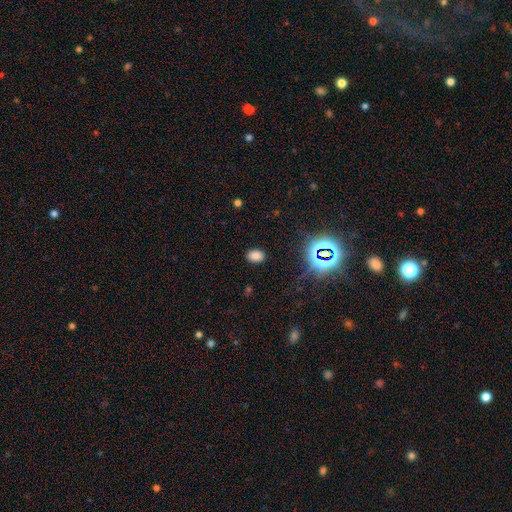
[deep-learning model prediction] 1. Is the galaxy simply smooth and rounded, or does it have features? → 75% smooth, 20% star or artifact, 5% featured or disk.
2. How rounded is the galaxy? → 78% in between, 21% round, 1% cigar-shaped.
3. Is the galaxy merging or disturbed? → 86% none, 9% minor disturbance, 3% major disturbance, 1% merger.